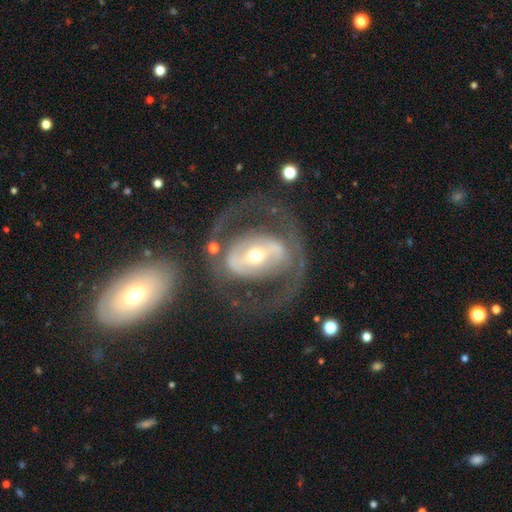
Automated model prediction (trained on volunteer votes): Smooth or featured: featured or disk — 78% (smooth — 16%)
Edge-on disk: no — 94% (yes — 6%)
Bar: strong — 42% (no — 30%)
Spiral arms: yes — 59% (no — 41%)
Bulge size: moderate — 54% (small — 38%)
Merging: none — 59% (major disturbance — 20%)